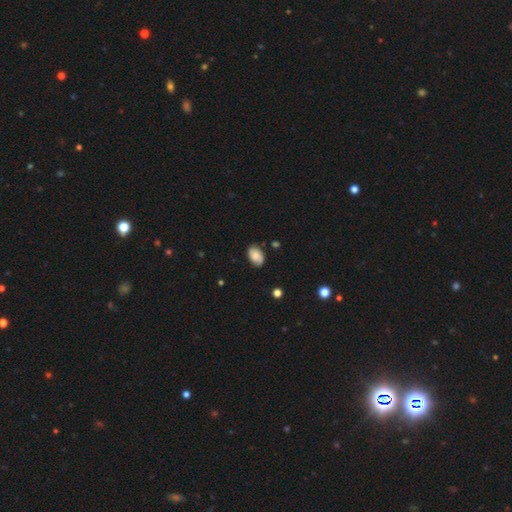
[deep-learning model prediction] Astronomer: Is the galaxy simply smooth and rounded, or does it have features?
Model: smooth — 78%.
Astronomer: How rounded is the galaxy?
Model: in between — 90%.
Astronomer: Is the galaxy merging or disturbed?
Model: none — 80%.